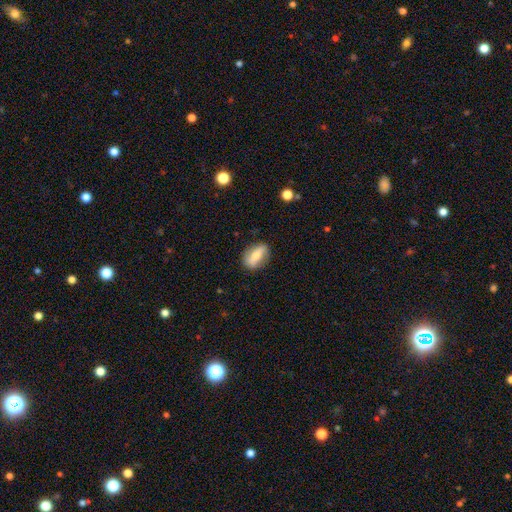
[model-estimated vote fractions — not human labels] This appears to be a smooth galaxy with no disk features (60%) that is in between round and cigar-shaped (81%). Merging: none (80%).